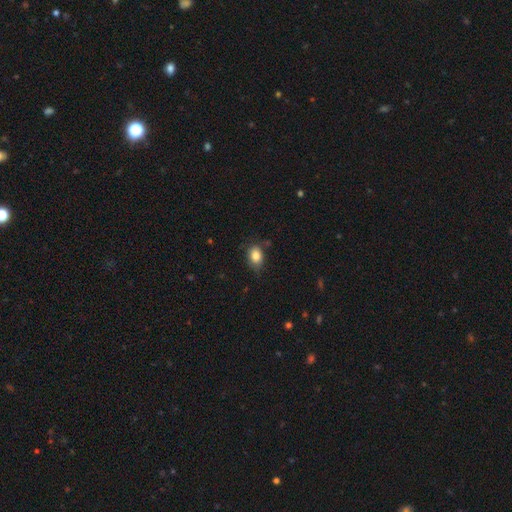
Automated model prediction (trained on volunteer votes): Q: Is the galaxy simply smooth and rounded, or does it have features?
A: smooth — 84%.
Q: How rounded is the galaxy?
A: in between — 76%.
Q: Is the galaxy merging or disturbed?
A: none — 73%.